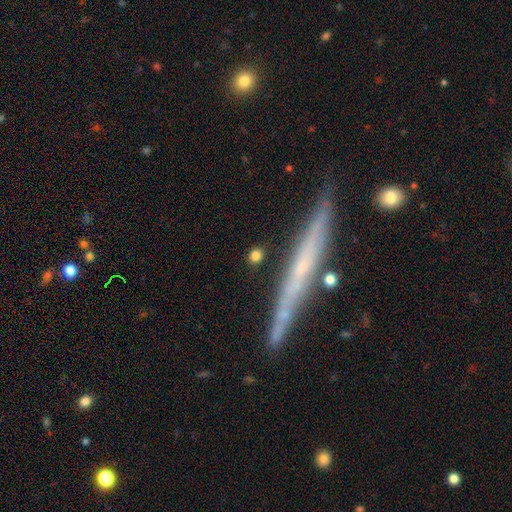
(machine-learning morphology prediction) Q: Smooth or featured?
A: smooth (80%); runner-up: featured or disk (10%)
Q: How rounded?
A: round (71%); runner-up: in between (19%)
Q: Merging?
A: none (86%); runner-up: minor disturbance (8%)